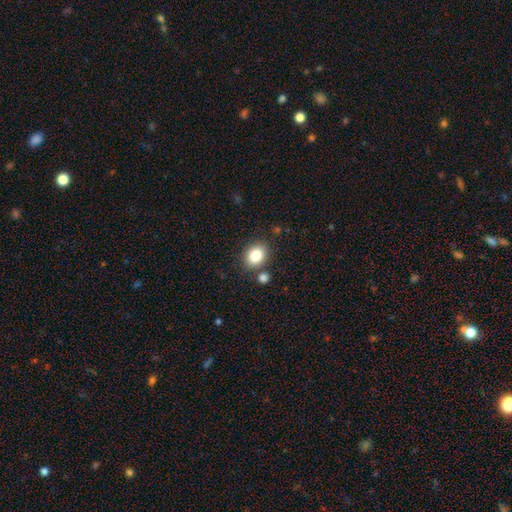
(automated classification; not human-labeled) This is clearly a smooth galaxy (83%). How rounded: possibly in between (53%). Merging: likely none (79%).